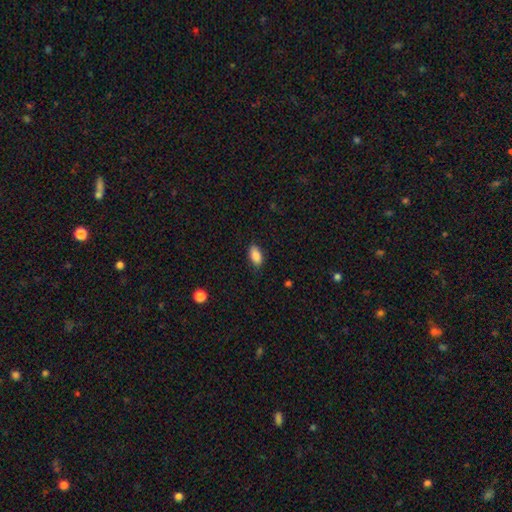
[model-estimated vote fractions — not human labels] This is clearly a smooth galaxy (88%). How rounded: clearly in between (92%). Merging: clearly none (82%).